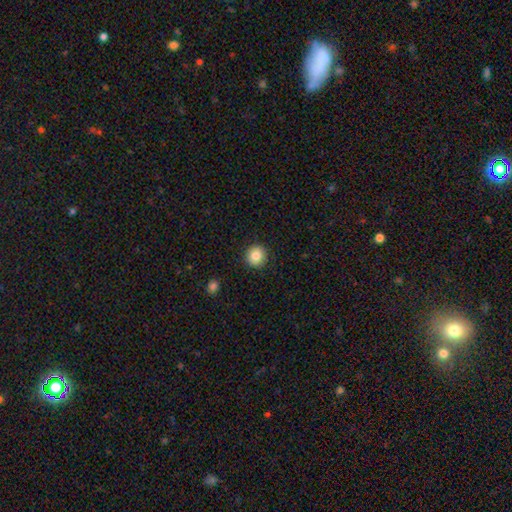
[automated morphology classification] Q: Smooth or featured?
A: smooth (85%); runner-up: star or artifact (9%)
Q: How rounded?
A: round (92%); runner-up: in between (8%)
Q: Merging?
A: none (91%); runner-up: minor disturbance (6%)